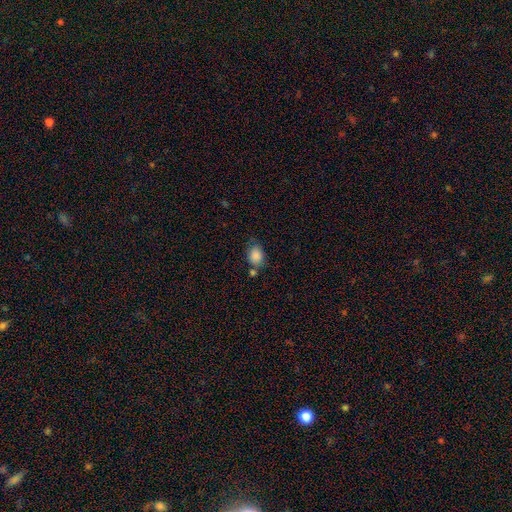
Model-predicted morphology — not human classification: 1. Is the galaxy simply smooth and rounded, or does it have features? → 86% smooth, 9% star or artifact, 6% featured or disk.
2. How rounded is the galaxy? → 63% in between, 36% round, 1% cigar-shaped.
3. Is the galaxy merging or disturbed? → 58% none, 21% minor disturbance, 15% merger, 6% major disturbance.